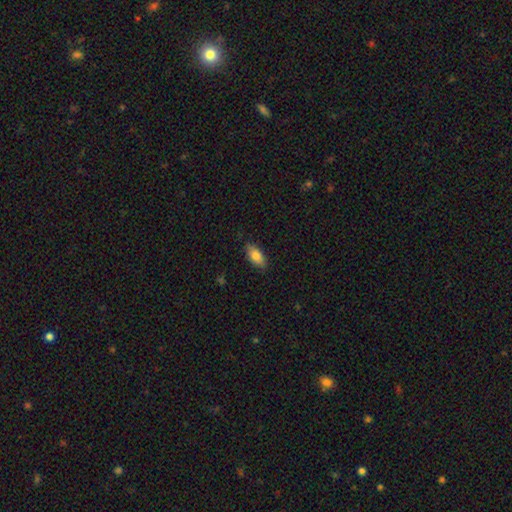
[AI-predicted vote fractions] This is clearly a smooth galaxy (81%). How rounded: clearly in between (87%). Merging: clearly none (84%).